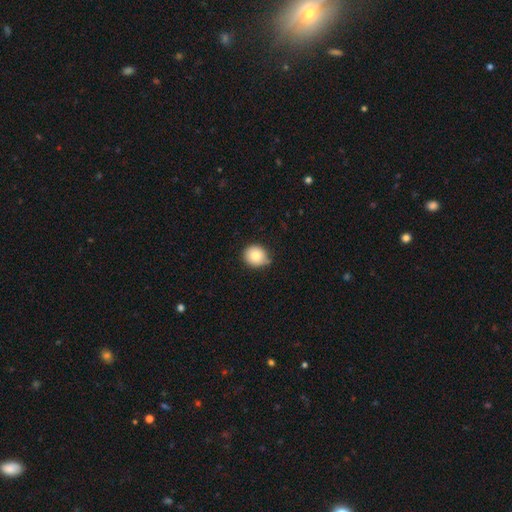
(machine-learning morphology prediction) Smooth or featured?
  - smooth: 82% *
  - star or artifact: 9%
  - featured or disk: 9%
How rounded?
  - round: 84% *
  - in between: 15%
  - cigar-shaped: 1%
Merging?
  - none: 66% *
  - minor disturbance: 27%
  - major disturbance: 4%
  - merger: 3%